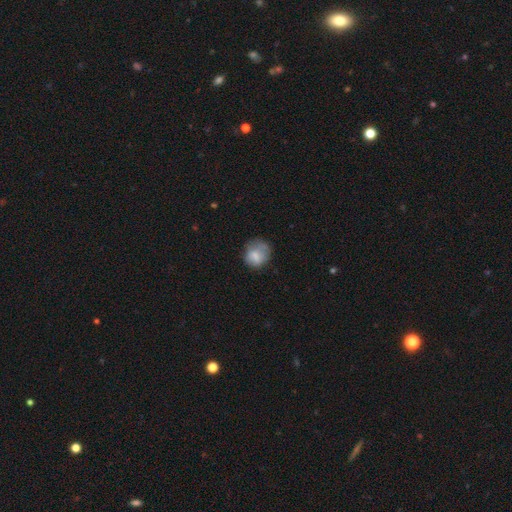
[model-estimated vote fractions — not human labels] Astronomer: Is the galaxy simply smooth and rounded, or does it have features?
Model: smooth — 73%.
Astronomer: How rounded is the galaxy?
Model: round — 71%.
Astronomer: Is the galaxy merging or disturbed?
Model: none — 52% (runner-up: minor disturbance, 28%).